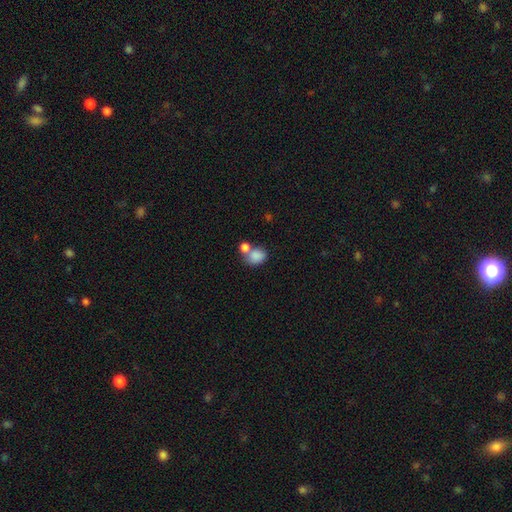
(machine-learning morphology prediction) This is clearly a smooth galaxy (84%). How rounded: possibly in between (51%). Merging: possibly merger (46%).